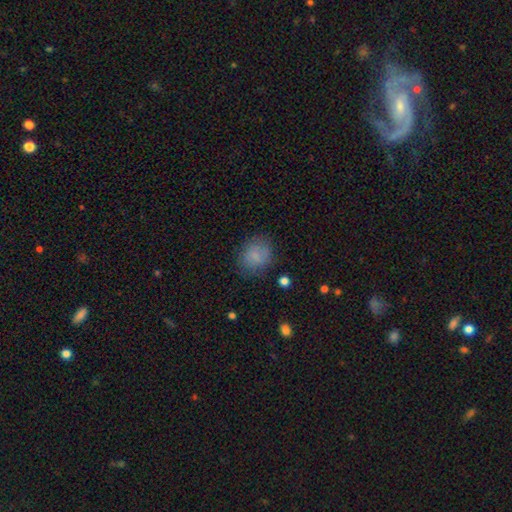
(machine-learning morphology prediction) Overall: smooth (80%). How rounded: round (63%; in between 36%). Merging: none (75%).